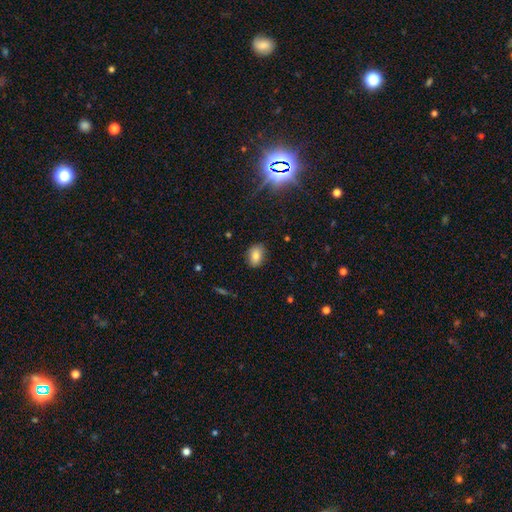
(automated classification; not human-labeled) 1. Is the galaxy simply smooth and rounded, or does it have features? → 79% smooth, 11% star or artifact, 9% featured or disk.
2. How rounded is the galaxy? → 71% in between, 28% round, 1% cigar-shaped.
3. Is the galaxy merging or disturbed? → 83% none, 13% minor disturbance, 3% major disturbance, 1% merger.